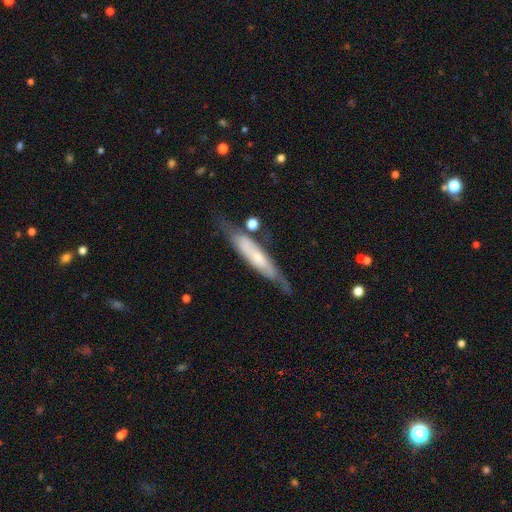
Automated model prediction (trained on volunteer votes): This appears to be a featured or disk galaxy (58%) viewed edge-on (60%). Merging: none (64%).